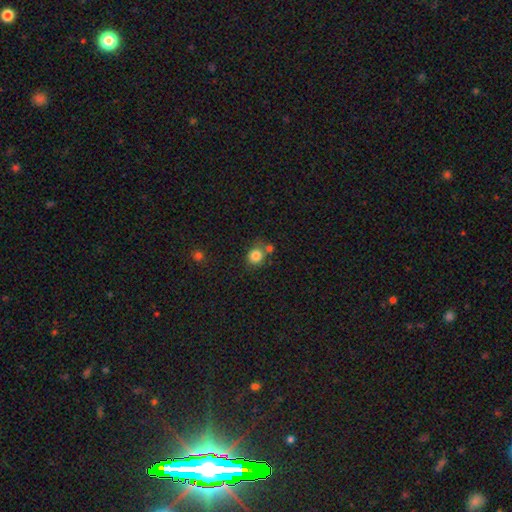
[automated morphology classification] Smooth or featured: smooth — 83% (star or artifact — 11%)
How rounded: round — 83% (in between — 16%)
Merging: none — 60% (merger — 23%)